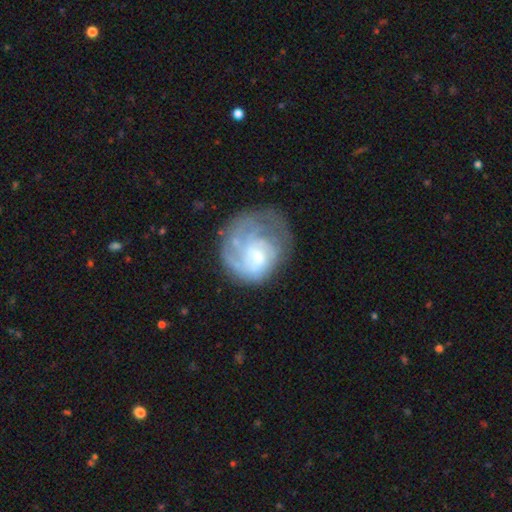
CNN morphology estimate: Overall: featured or disk (67%). Edge-on disk: no (98%). Bar: no (58%; weak 36%). Spiral arms: yes (79%). Spiral arm count: can't tell (43%; 2 20%). Spiral winding: tight (49%; medium 33%). Bulge size: small (45%; moderate 32%). Merging: none (47%; major disturbance 27%).